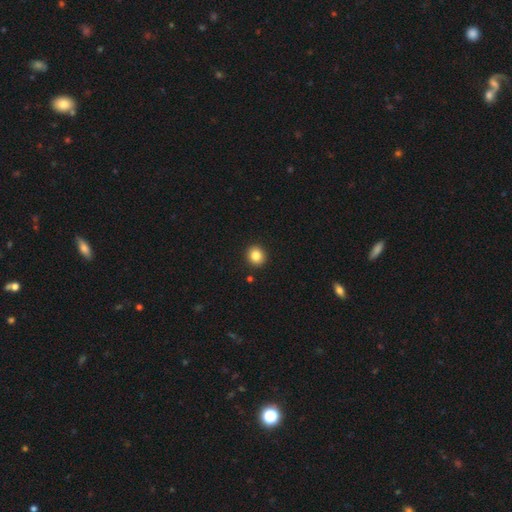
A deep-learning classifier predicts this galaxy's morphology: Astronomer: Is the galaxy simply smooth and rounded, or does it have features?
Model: smooth — 84%.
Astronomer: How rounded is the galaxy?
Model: round — 87%.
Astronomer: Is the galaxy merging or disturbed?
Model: none — 92%.